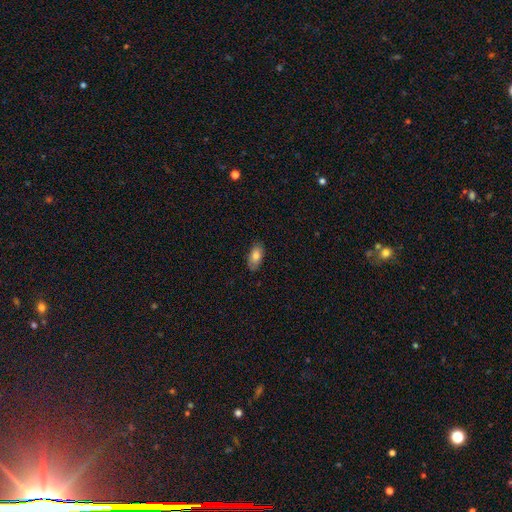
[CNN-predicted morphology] Smooth or featured? Predicted: smooth (p=0.79). How rounded? Predicted: in between (p=0.92). Merging? Predicted: none (p=0.84).